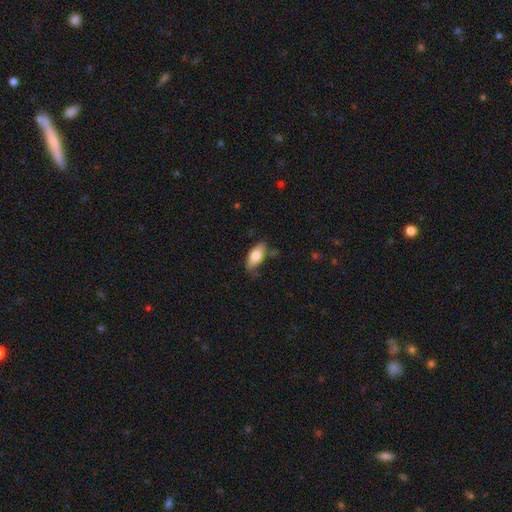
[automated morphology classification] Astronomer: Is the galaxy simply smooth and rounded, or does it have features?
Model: smooth — 77%.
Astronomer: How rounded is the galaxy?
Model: in between — 86%.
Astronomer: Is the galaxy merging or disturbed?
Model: none — 73%.